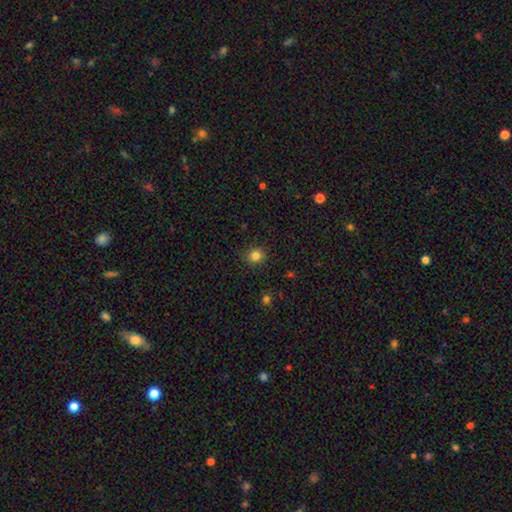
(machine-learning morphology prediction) A smooth galaxy with no disk features (83%) that is round (88%).

Vote fractions:
- Smooth or featured? smooth: 83% / star or artifact: 12% / featured or disk: 5%
- How rounded? round: 88% / in between: 11% / cigar-shaped: 1%
- Merging? none: 89% / minor disturbance: 8% / major disturbance: 2% / merger: 1%